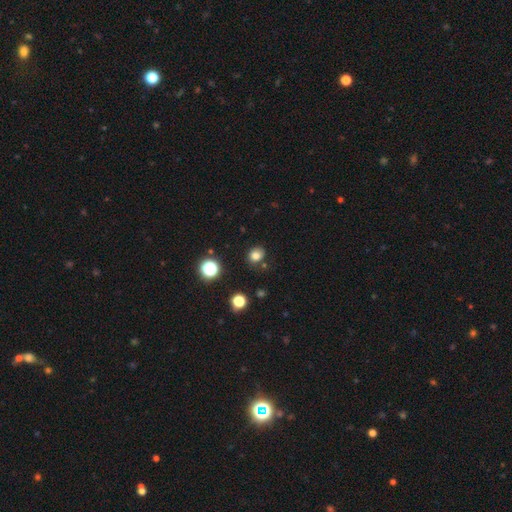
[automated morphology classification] smooth 79%, star or artifact 15%, featured or disk 6%. Down the decision tree: how rounded — round (65%); merging — none (80%).